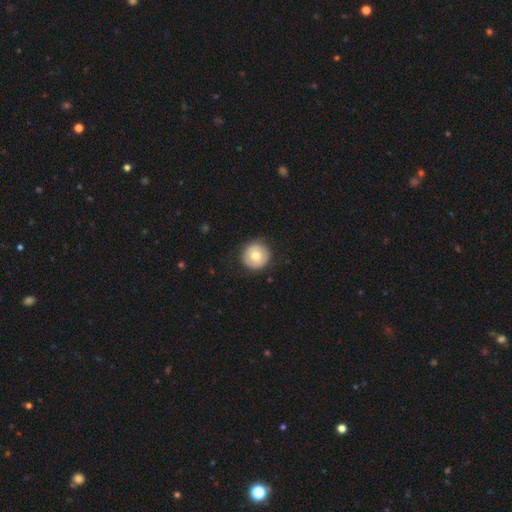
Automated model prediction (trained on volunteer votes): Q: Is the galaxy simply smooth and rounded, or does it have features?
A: smooth — 69%.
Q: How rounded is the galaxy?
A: round — 96%.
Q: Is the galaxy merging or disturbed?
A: none — 89%.